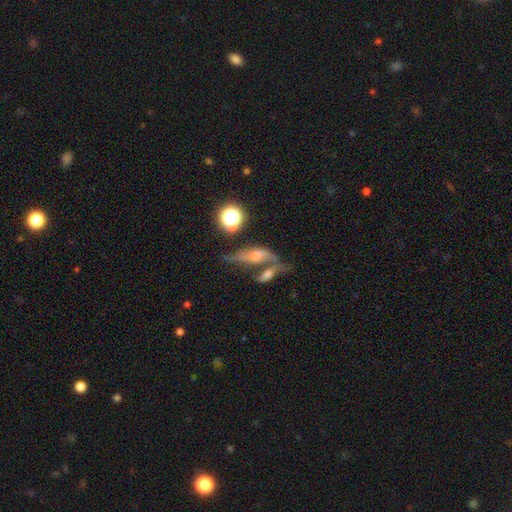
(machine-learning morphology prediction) Smooth or featured?
  - featured or disk: 57% *
  - smooth: 26%
  - star or artifact: 16%
Edge-on disk?
  - no: 62% *
  - yes: 38%
Merging?
  - merger: 42% *
  - none: 30%
  - minor disturbance: 14%
  - major disturbance: 14%